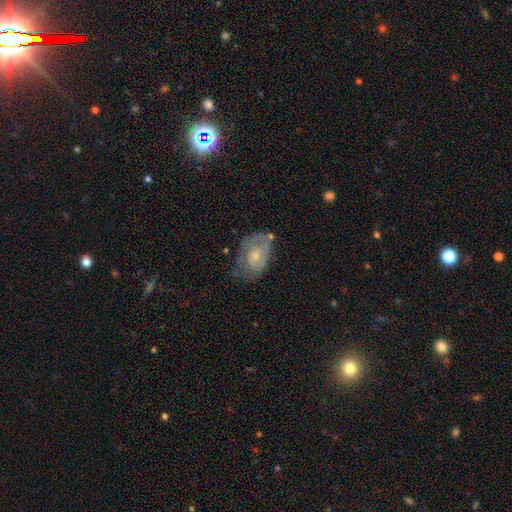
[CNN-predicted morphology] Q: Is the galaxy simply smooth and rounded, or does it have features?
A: featured or disk — 52%.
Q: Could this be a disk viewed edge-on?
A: no — 95%.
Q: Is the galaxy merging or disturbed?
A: none — 45%.